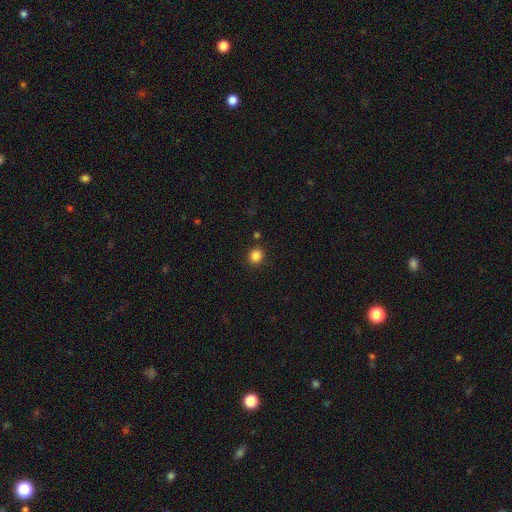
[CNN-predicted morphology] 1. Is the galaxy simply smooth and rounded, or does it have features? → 85% smooth, 12% star or artifact, 4% featured or disk.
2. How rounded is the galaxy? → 88% round, 11% in between, 1% cigar-shaped.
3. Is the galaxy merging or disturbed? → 88% none, 7% minor disturbance, 3% merger, 2% major disturbance.